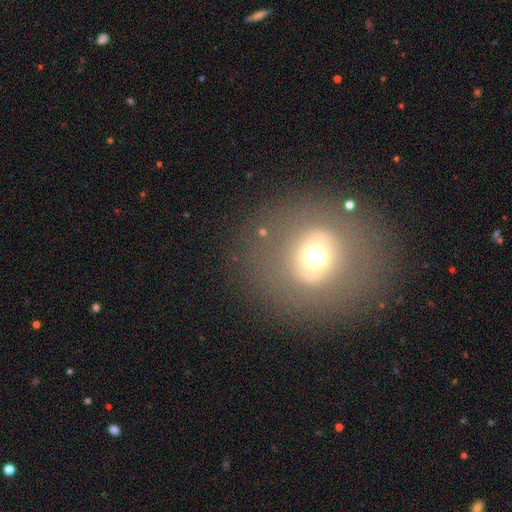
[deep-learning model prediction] Morphology: type=smooth (53%); roundness=round (79%); merging=none (85%).